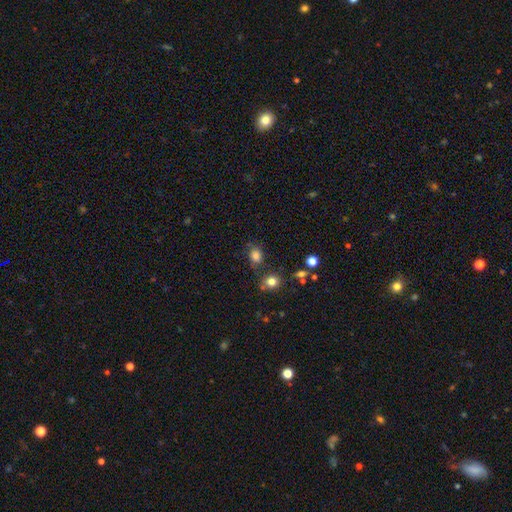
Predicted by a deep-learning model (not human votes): This is clearly a smooth galaxy (81%). How rounded: possibly round (54%). Merging: likely none (69%).